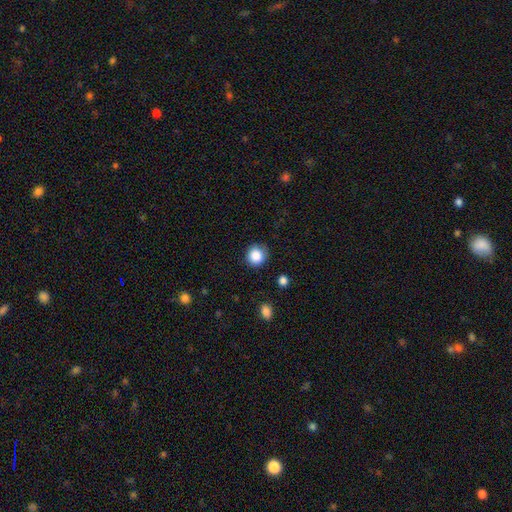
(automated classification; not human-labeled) The model was most divided on "merging": none: 84%, minor disturbance: 12%, major disturbance: 3%, merger: 2%. More confident: how rounded — round (90%); smooth or featured — smooth (86%).